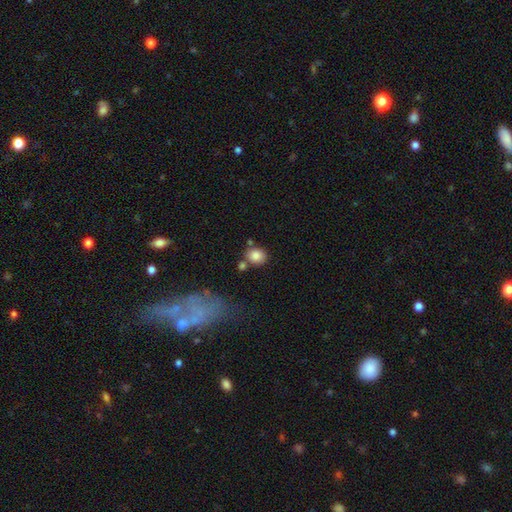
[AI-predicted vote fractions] The model was most divided on "how rounded": round: 69%, in between: 30%, cigar-shaped: 1%. More confident: smooth or featured — smooth (84%); merging — none (67%).